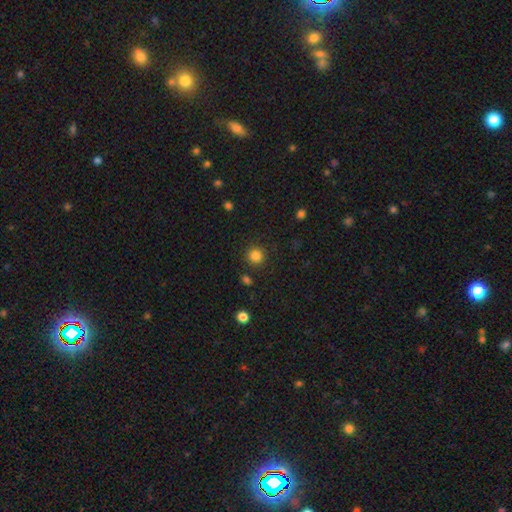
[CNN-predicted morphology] Smooth or featured? Predicted: smooth (p=0.84). How rounded? Predicted: round (p=0.93). Merging? Predicted: none (p=0.89).